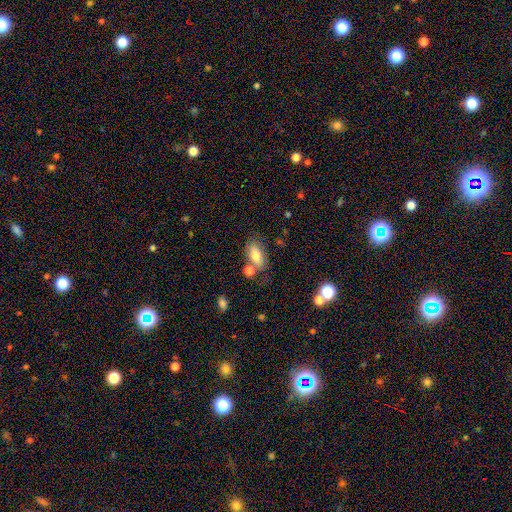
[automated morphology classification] smooth-or-featured: smooth: 74% | featured or disk: 18% | star or artifact: 8%
  how-rounded: in between: 87% | cigar-shaped: 7% | round: 6%
  merging: none: 60% | merger: 18% | minor disturbance: 16% | major disturbance: 6%